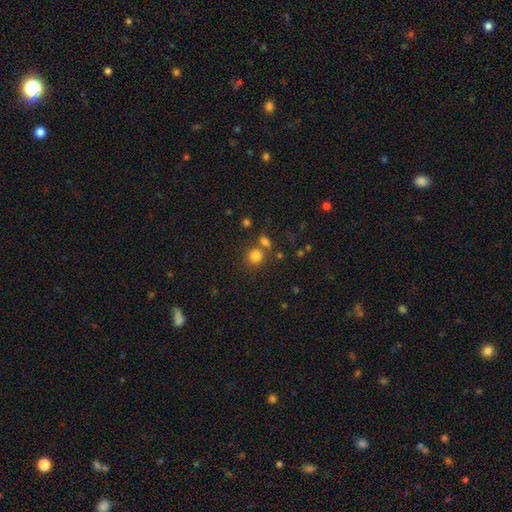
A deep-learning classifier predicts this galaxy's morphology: Q: Smooth or featured?
A: smooth (80%); runner-up: star or artifact (14%)
Q: How rounded?
A: round (85%); runner-up: in between (14%)
Q: Merging?
A: none (64%); runner-up: merger (23%)